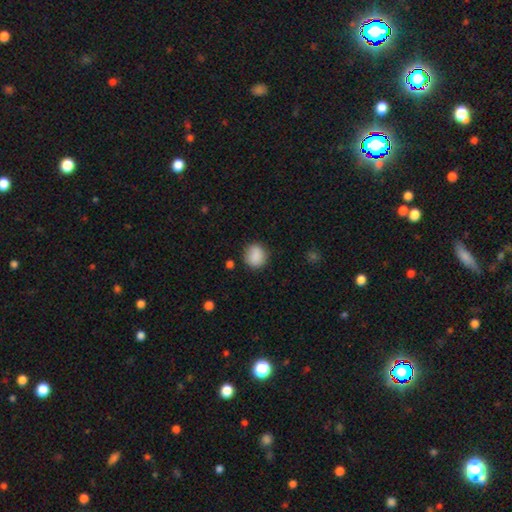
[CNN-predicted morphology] type=smooth (87%); roundness=round (83%); merging=none (81%).